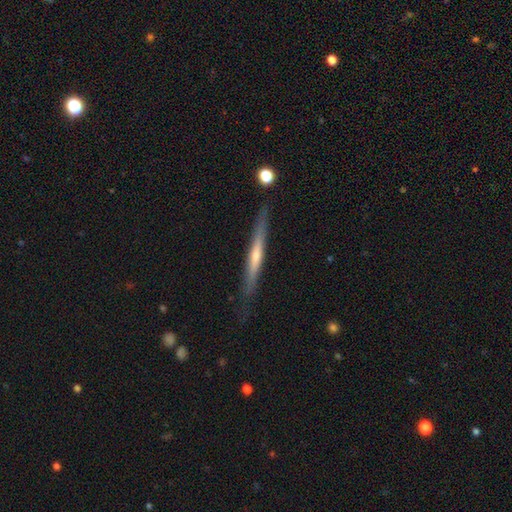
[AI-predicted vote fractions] A featured or disk galaxy (69%) viewed edge-on (96%) with a rounded central bulge (59%). Merging: none (85%).